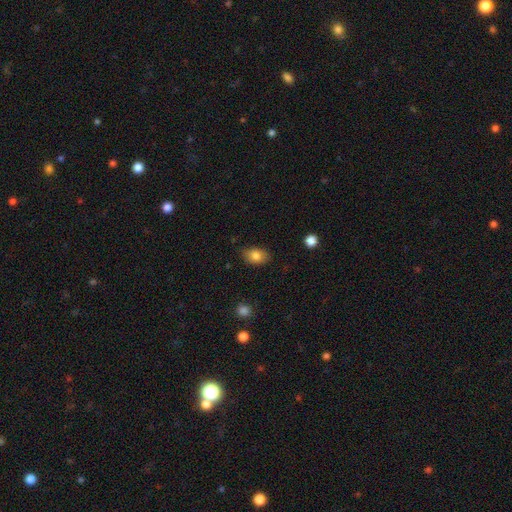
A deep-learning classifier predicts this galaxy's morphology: A smooth galaxy with no disk features (83%) that is in between round and cigar-shaped (80%).

Vote fractions:
- Smooth or featured? smooth: 83% / star or artifact: 9% / featured or disk: 8%
- How rounded? in between: 80% / round: 18% / cigar-shaped: 1%
- Merging? none: 80% / minor disturbance: 16% / major disturbance: 3% / merger: 1%